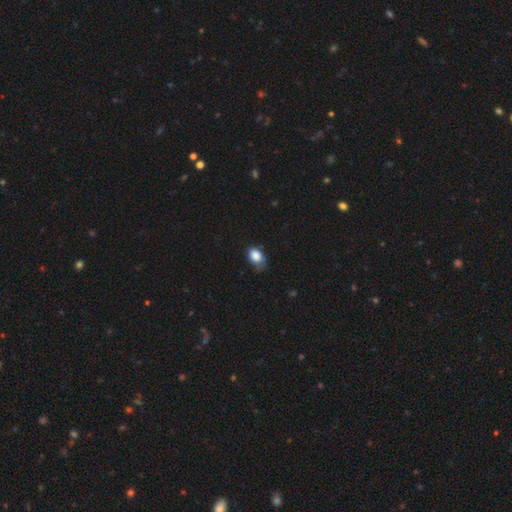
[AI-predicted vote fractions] Smooth or featured? Predicted: smooth (p=0.84). How rounded? Predicted: in between (p=0.73). Merging? Predicted: none (p=0.48).